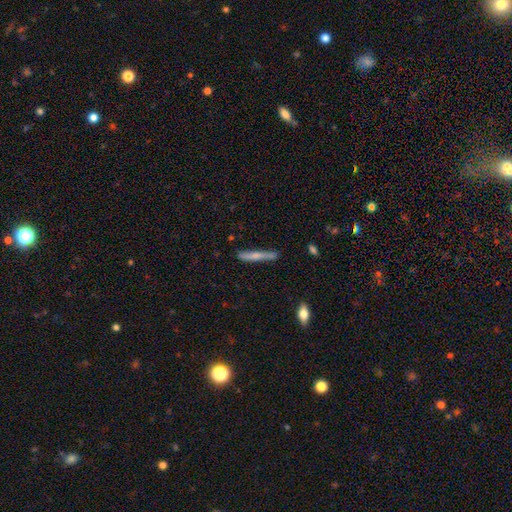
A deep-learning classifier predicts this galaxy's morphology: Smooth or featured: smooth — 56% (featured or disk — 38%)
How rounded: cigar-shaped — 95% (in between — 3%)
Merging: none — 79% (minor disturbance — 15%)